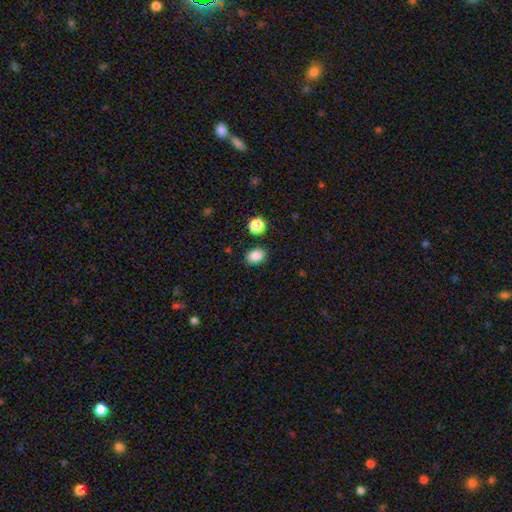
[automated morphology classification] Overall: smooth (85%). How rounded: in between (60%; round 39%). Merging: none (84%).